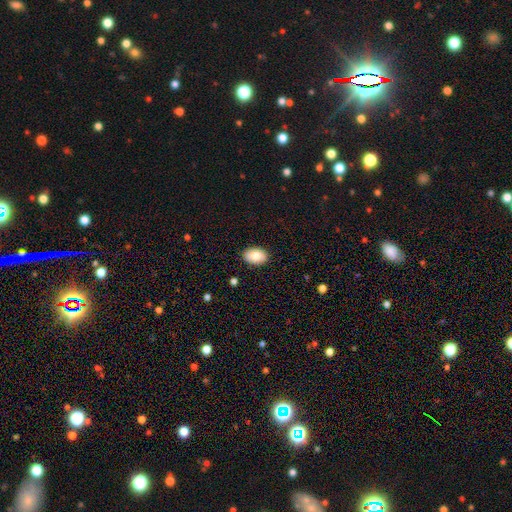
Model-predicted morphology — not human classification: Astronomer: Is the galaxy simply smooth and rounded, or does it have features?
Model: smooth — 81%.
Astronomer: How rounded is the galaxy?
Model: in between — 88%.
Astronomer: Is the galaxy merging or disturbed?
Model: none — 89%.